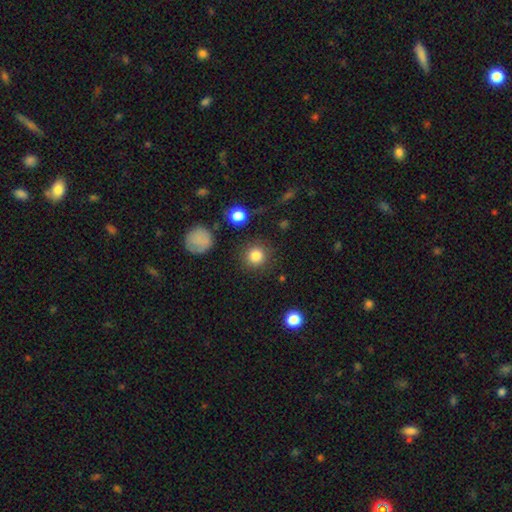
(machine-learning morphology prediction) A smooth galaxy with no disk features (84%) that is round (93%). Merging: none (87%).